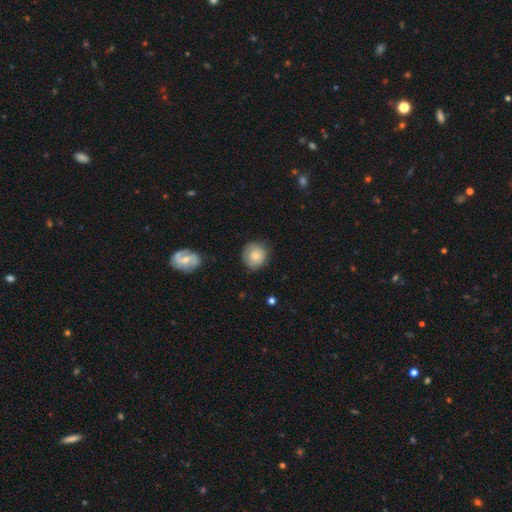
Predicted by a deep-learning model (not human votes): Smooth or featured?
  - smooth: 74% *
  - featured or disk: 20%
  - star or artifact: 6%
How rounded?
  - round: 88% *
  - in between: 11%
  - cigar-shaped: 1%
Merging?
  - none: 78% *
  - minor disturbance: 17%
  - major disturbance: 4%
  - merger: 1%